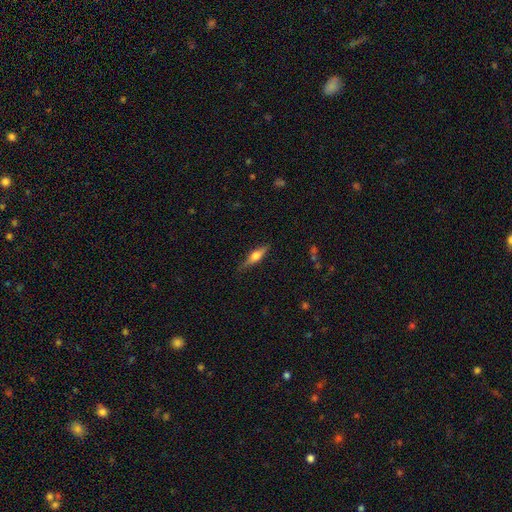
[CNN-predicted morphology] smooth-or-featured: featured or disk: 50% | smooth: 43% | star or artifact: 7%
  merging: none: 79% | minor disturbance: 16% | major disturbance: 3% | merger: 1%